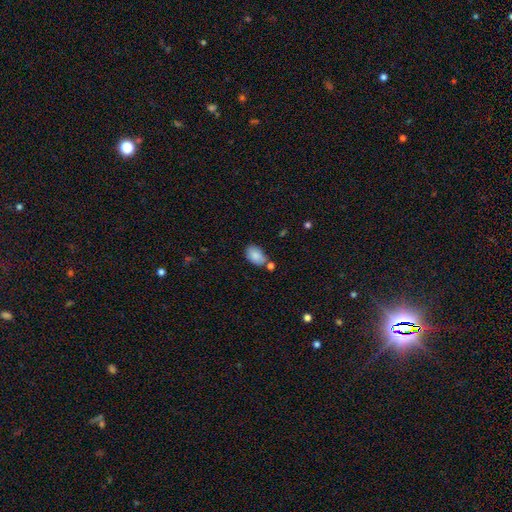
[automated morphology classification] This appears to be a smooth galaxy with no disk features (86%) that is in between round and cigar-shaped (91%). Merging: none (68%).